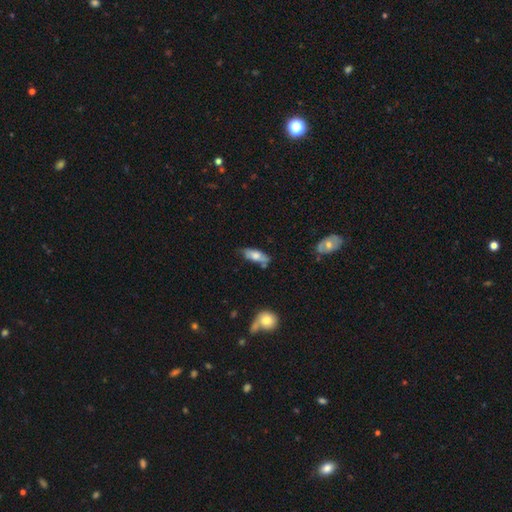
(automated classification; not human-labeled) This appears to be a smooth galaxy with no disk features (65%) that is in between round and cigar-shaped (68%). Merging: none (59%).